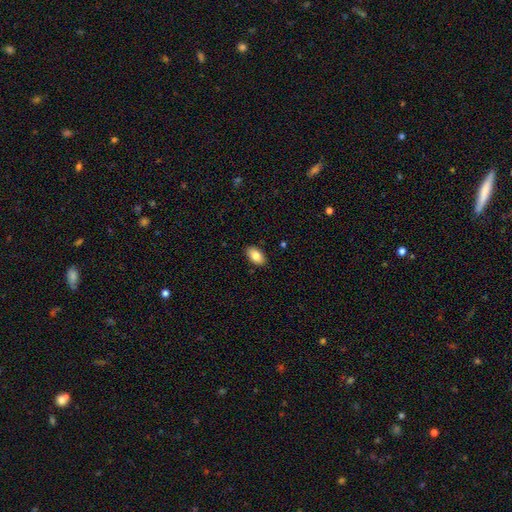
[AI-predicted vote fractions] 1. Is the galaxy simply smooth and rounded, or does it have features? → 84% smooth, 9% featured or disk, 7% star or artifact.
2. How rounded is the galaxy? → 93% in between, 5% round, 2% cigar-shaped.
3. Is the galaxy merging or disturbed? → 89% none, 9% minor disturbance, 2% major disturbance, 1% merger.